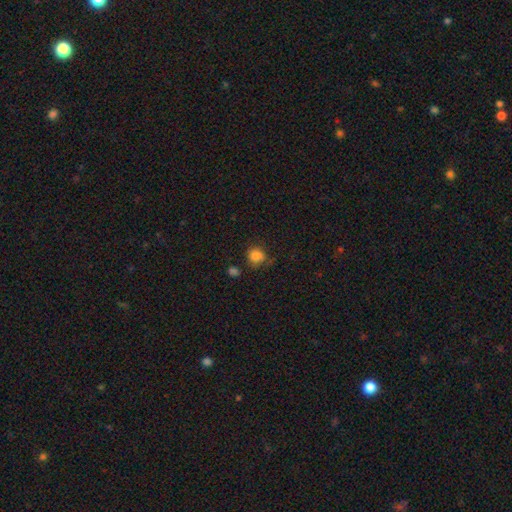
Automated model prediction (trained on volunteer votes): Overall: smooth (82%). How rounded: round (79%). Merging: none (66%).